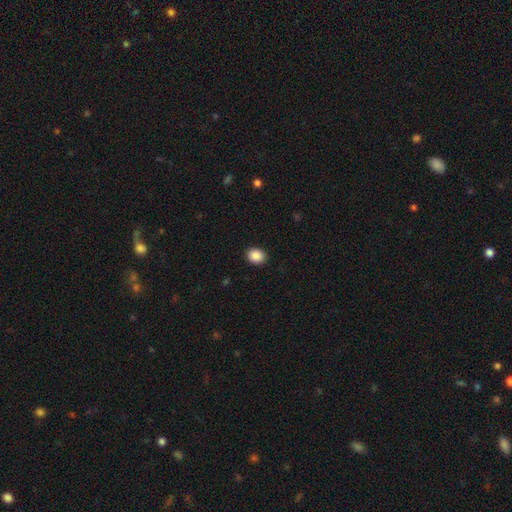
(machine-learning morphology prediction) This appears to be a smooth galaxy with no disk features (89%) that is round (53%). Merging: none (91%).